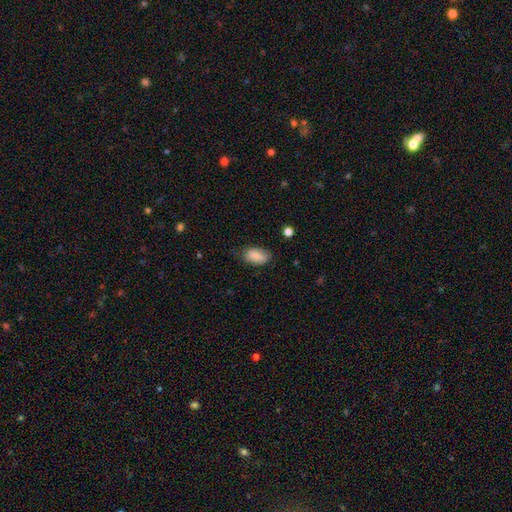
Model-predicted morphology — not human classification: smooth_or_featured: smooth (p=0.83) [alt: featured or disk p=0.09]
how_rounded: in between (p=0.92) [alt: round p=0.05]
merging: none (p=0.68) [alt: minor disturbance p=0.25]